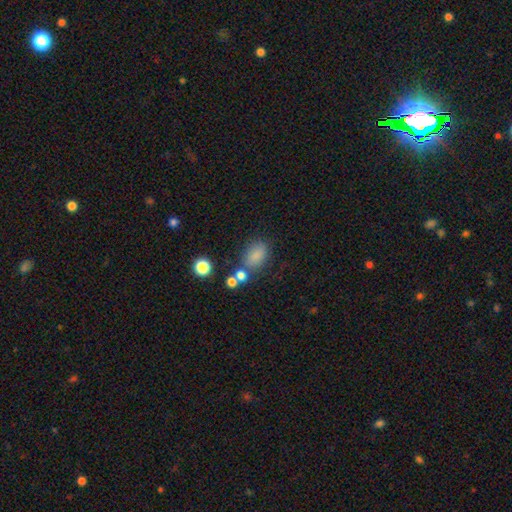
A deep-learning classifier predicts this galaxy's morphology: Smooth or featured? Predicted: smooth (p=0.79). How rounded? Predicted: in between (p=0.81). Merging? Predicted: none (p=0.64).